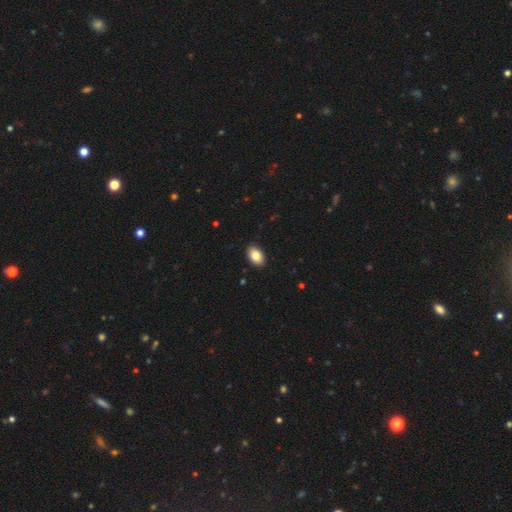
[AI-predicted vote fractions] Smooth or featured?
  - smooth: 86% *
  - star or artifact: 7%
  - featured or disk: 7%
How rounded?
  - in between: 90% *
  - round: 9%
  - cigar-shaped: 1%
Merging?
  - none: 90% *
  - minor disturbance: 8%
  - major disturbance: 2%
  - merger: 1%